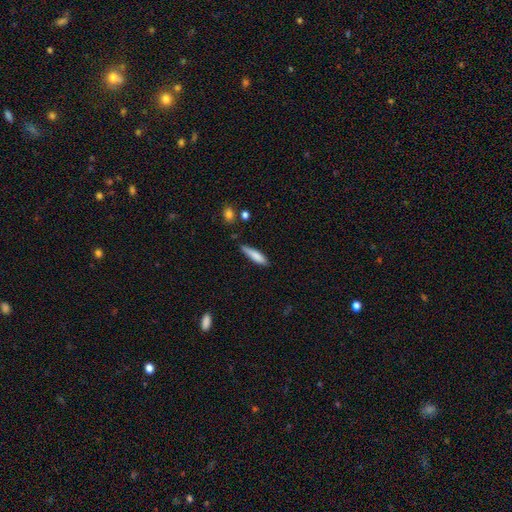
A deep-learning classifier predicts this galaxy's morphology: Smooth or featured?
  - smooth: 80% *
  - featured or disk: 13%
  - star or artifact: 6%
How rounded?
  - cigar-shaped: 74% *
  - in between: 24%
  - round: 1%
Merging?
  - none: 66% *
  - minor disturbance: 26%
  - major disturbance: 4%
  - merger: 3%